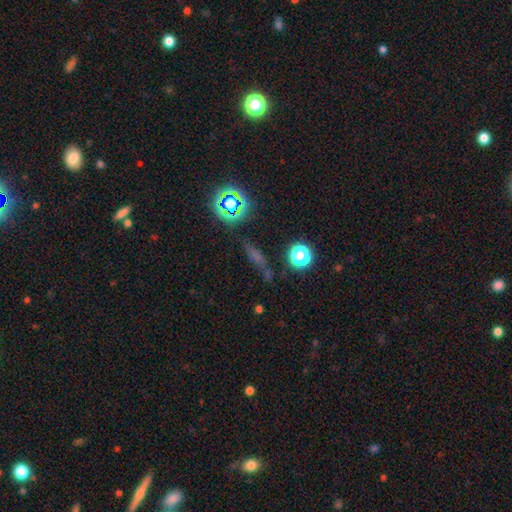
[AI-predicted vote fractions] This is marginally a smooth galaxy (42%). Merging: likely none (77%).